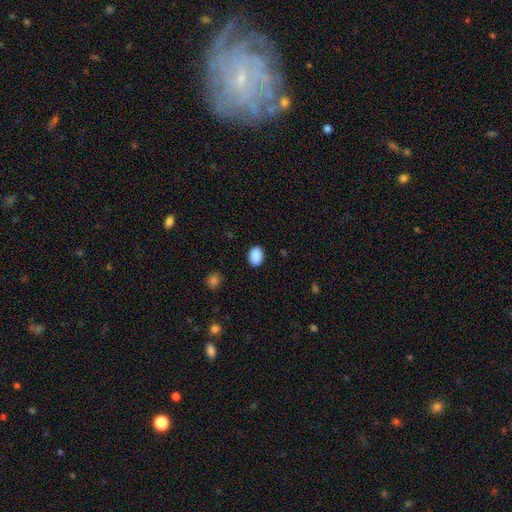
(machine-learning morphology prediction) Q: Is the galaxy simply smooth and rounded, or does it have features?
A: smooth — 90%.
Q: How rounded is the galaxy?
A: in between — 71%.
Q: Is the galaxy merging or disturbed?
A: none — 88%.